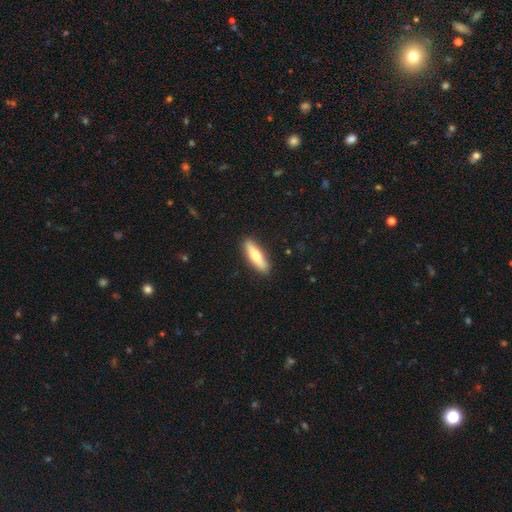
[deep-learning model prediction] smooth-or-featured: smooth: 56% | featured or disk: 39% | star or artifact: 5%
  how-rounded: cigar-shaped: 68% | in between: 30% | round: 2%
  merging: none: 90% | minor disturbance: 7% | major disturbance: 2% | merger: 1%